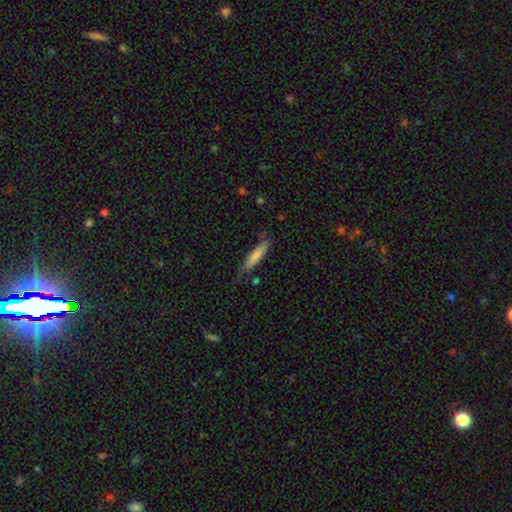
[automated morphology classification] This appears to be a smooth galaxy with no disk features (75%) that is cigar-shaped (84%). Merging: none (62%).